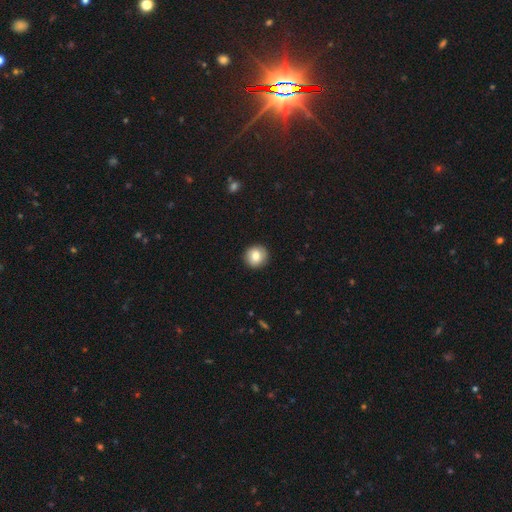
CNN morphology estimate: A smooth galaxy with no disk features (80%) that is round (91%).

Vote fractions:
- Smooth or featured? smooth: 80% / featured or disk: 12% / star or artifact: 8%
- How rounded? round: 91% / in between: 8% / cigar-shaped: 1%
- Merging? none: 91% / minor disturbance: 7% / major disturbance: 2% / merger: 1%